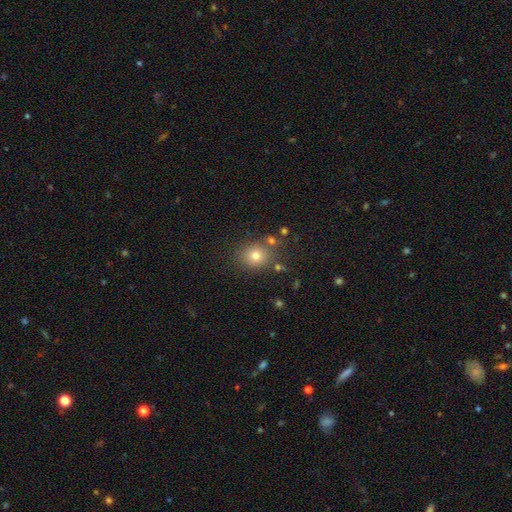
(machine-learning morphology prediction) Overall: smooth (75%). How rounded: round (72%). Merging: none (78%).